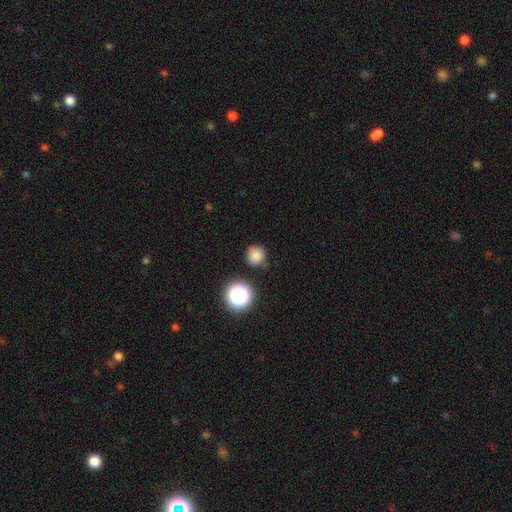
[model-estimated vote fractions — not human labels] Morphology: type=smooth (80%); roundness=round (94%); merging=none (84%).